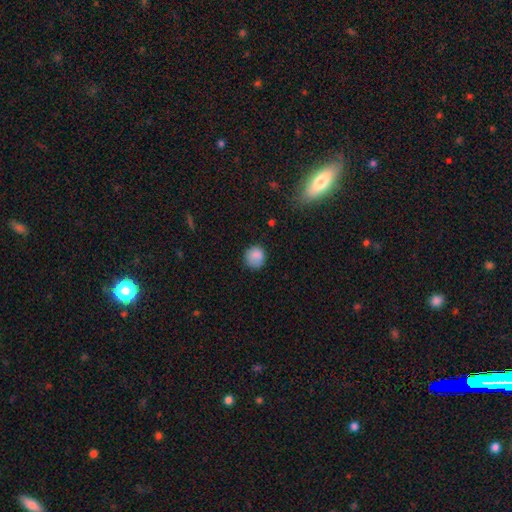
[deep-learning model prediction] Morphology: type=smooth (86%); roundness=round (88%); merging=none (78%).